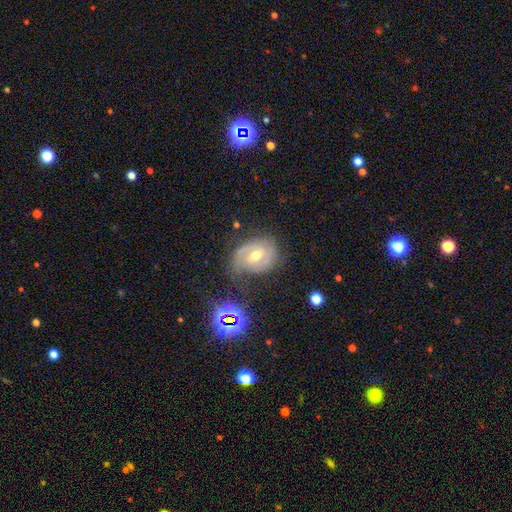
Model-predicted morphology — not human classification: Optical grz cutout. It shows a featured or disk galaxy (73%) with a weak bar (49%), 2 (61%) tight (46%) spiral arms (87%) and a moderate central bulge (67%). Merging: none (56%).